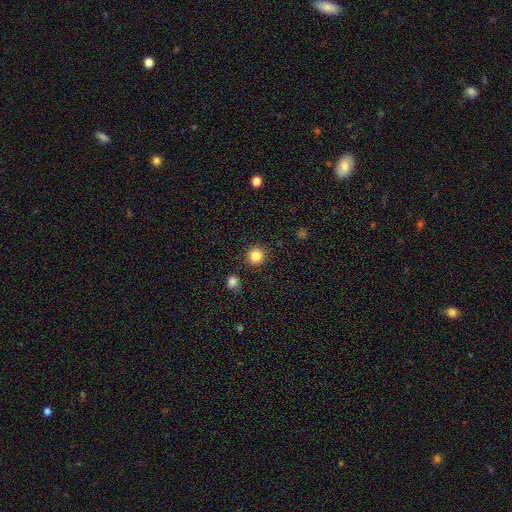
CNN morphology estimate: A smooth galaxy with no disk features (85%) that is round (93%). Merging: none (89%).